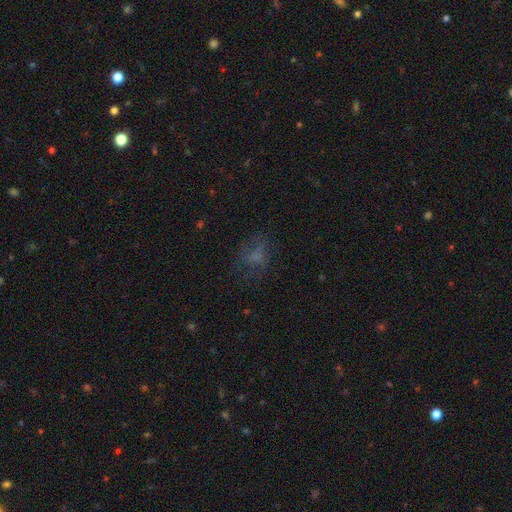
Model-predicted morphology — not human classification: smooth-or-featured: smooth: 53% | featured or disk: 23% | star or artifact: 23%
  how-rounded: in between: 55% | round: 43% | cigar-shaped: 2%
  merging: none: 57% | major disturbance: 22% | minor disturbance: 20% | merger: 2%